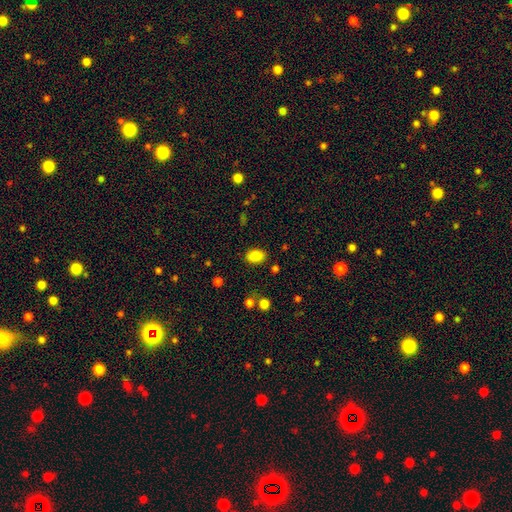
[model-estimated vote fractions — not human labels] A smooth galaxy with no disk features (86%) that is in between round and cigar-shaped (82%).

Vote fractions:
- Smooth or featured? smooth: 86% / star or artifact: 10% / featured or disk: 4%
- How rounded? in between: 82% / round: 17% / cigar-shaped: 1%
- Merging? none: 83% / minor disturbance: 11% / major disturbance: 3% / merger: 2%